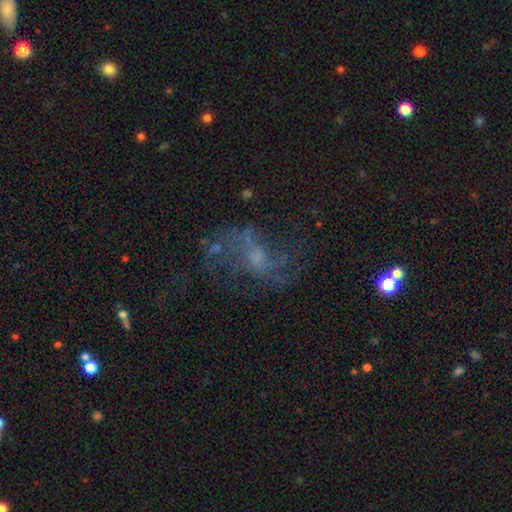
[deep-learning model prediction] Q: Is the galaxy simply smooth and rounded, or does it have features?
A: featured or disk — 67%.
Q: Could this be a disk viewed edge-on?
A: no — 96%.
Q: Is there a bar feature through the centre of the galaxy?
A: no — 51%.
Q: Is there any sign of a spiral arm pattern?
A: yes — 70%.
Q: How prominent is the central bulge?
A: small — 42%.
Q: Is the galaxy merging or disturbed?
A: none — 51%.